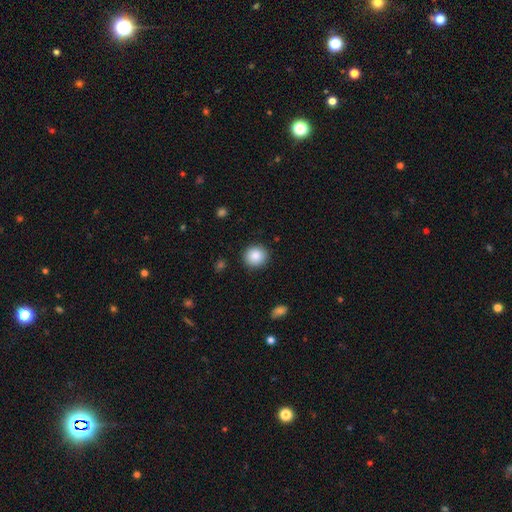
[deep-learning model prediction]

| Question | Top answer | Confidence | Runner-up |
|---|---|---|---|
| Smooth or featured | smooth | 87% | star or artifact (8%) |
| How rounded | round | 91% | in between (8%) |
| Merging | none | 91% | minor disturbance (6%) |